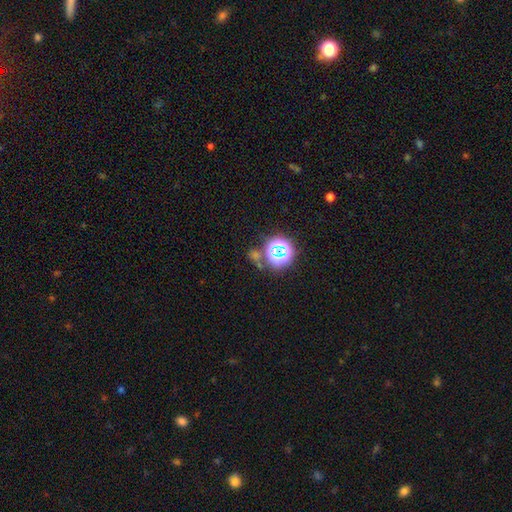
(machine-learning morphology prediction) This appears to be a star or artifact, not a galaxy (63%).